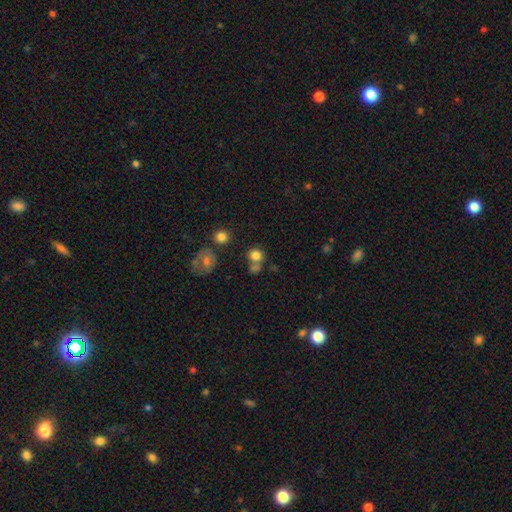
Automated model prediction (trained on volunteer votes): Smooth or featured?
  - smooth: 80% *
  - star or artifact: 12%
  - featured or disk: 8%
How rounded?
  - round: 83% *
  - in between: 16%
  - cigar-shaped: 1%
Merging?
  - none: 57% *
  - merger: 26%
  - minor disturbance: 11%
  - major disturbance: 5%